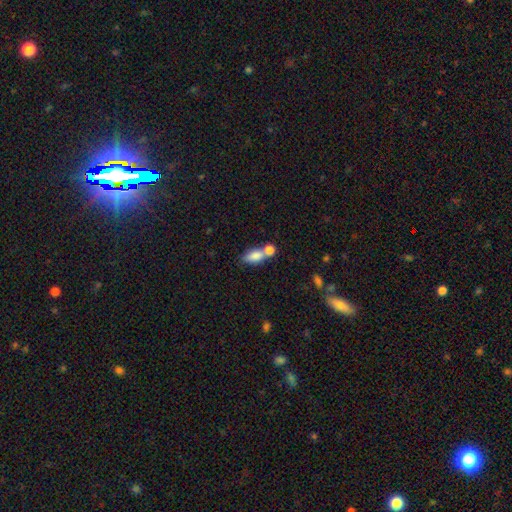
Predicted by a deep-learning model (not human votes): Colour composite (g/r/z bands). It shows a smooth galaxy with no disk features (80%) that is in between round and cigar-shaped (81%). Merging: merger (48%).